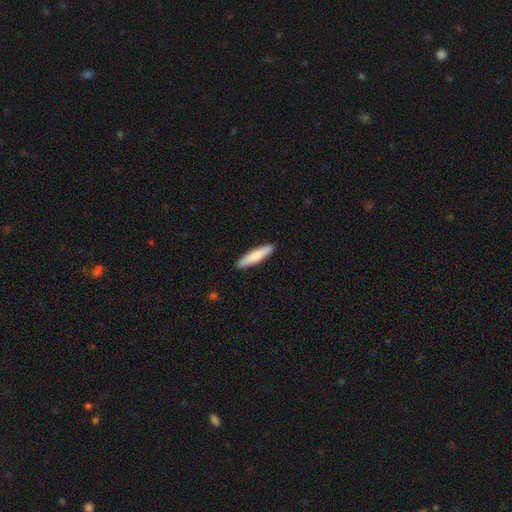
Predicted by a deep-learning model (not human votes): smooth 75%, featured or disk 21%, star or artifact 5%. Down the decision tree: how rounded — cigar-shaped (88%); merging — none (91%).